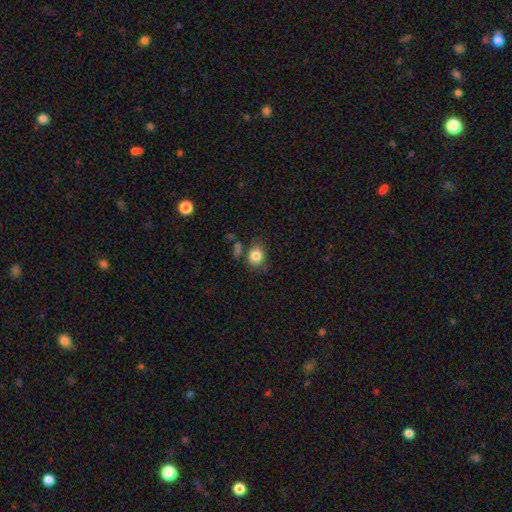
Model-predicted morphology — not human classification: The model was most divided on "how rounded": round: 54%, in between: 45%, cigar-shaped: 1%. More confident: smooth or featured — smooth (83%); merging — none (72%).